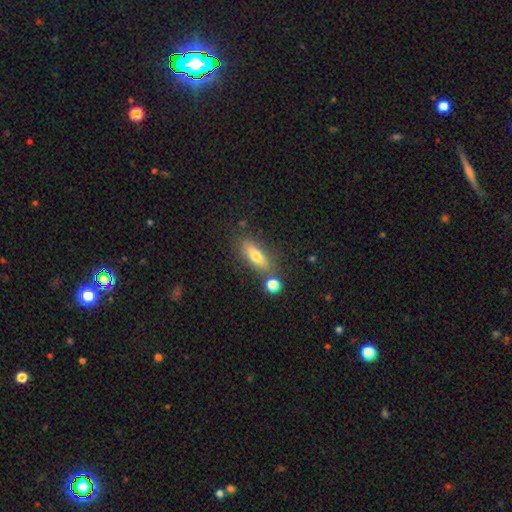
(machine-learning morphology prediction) This is likely a smooth galaxy (70%). How rounded: possibly in between (56%). Merging: likely none (73%).